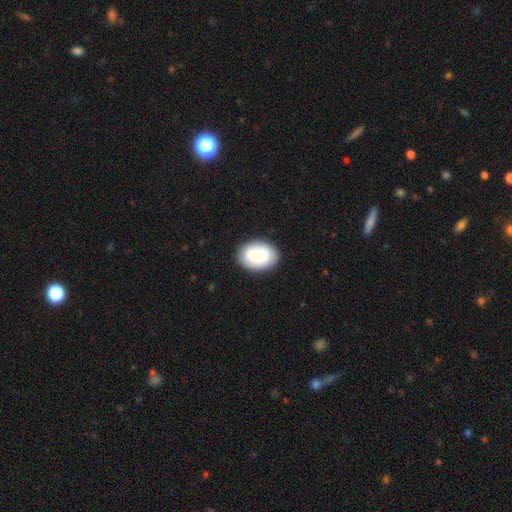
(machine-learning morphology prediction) The model was most divided on "smooth or featured": smooth: 75%, featured or disk: 18%, star or artifact: 7%. More confident: merging — none (86%); how rounded — in between (80%).